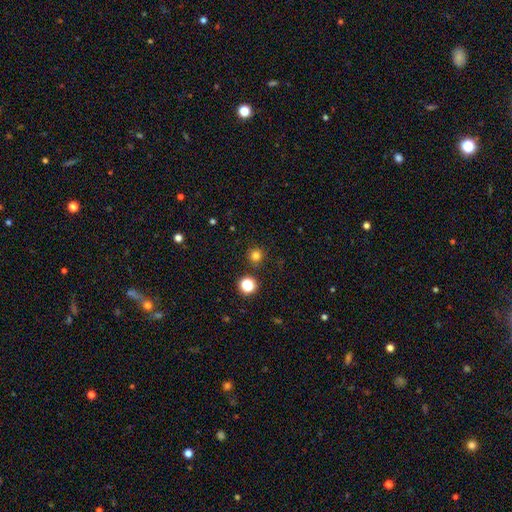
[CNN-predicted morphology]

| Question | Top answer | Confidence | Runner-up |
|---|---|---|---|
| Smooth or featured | smooth | 79% | star or artifact (16%) |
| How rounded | round | 94% | in between (5%) |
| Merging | none | 87% | minor disturbance (7%) |